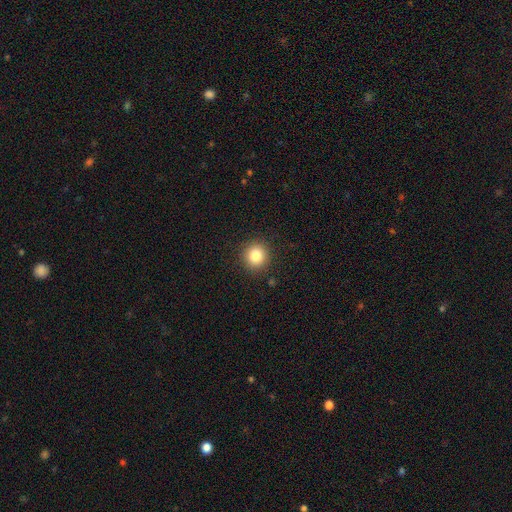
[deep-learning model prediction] A smooth galaxy with no disk features (83%) that is round (91%). Merging: none (90%).